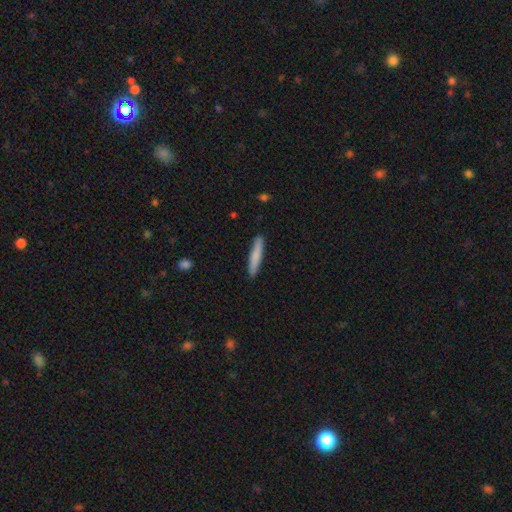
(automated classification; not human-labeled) This is likely a smooth galaxy (80%). How rounded: clearly cigar-shaped (92%). Merging: clearly none (90%).